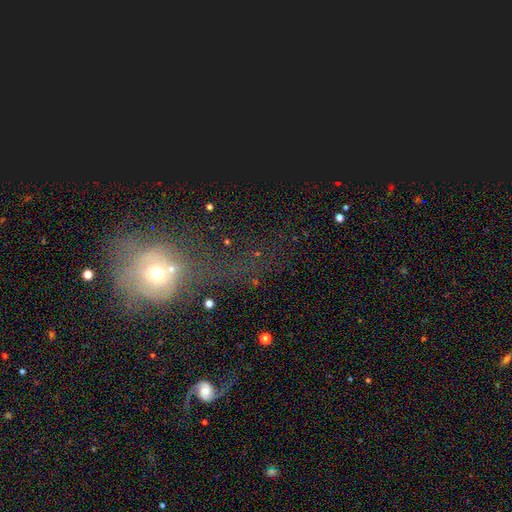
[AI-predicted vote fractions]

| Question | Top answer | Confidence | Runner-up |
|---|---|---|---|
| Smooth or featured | star or artifact | 45% | smooth (32%) |